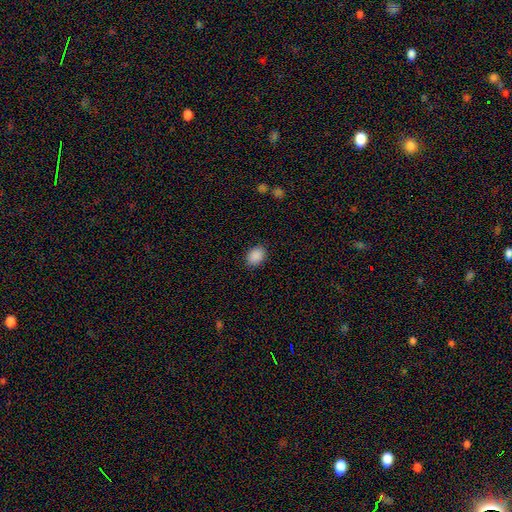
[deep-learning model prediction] Smooth or featured: smooth — 89% (star or artifact — 8%)
How rounded: in between — 71% (round — 28%)
Merging: none — 88% (minor disturbance — 8%)